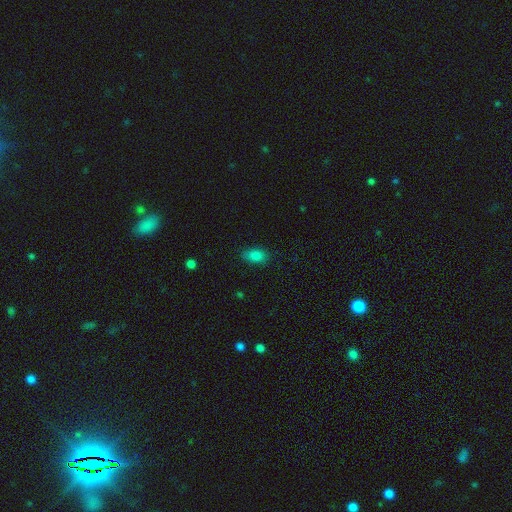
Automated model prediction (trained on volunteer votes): smooth_or_featured: smooth (p=0.84) [alt: star or artifact p=0.10]
how_rounded: in between (p=0.89) [alt: round p=0.07]
merging: none (p=0.83) [alt: minor disturbance p=0.13]